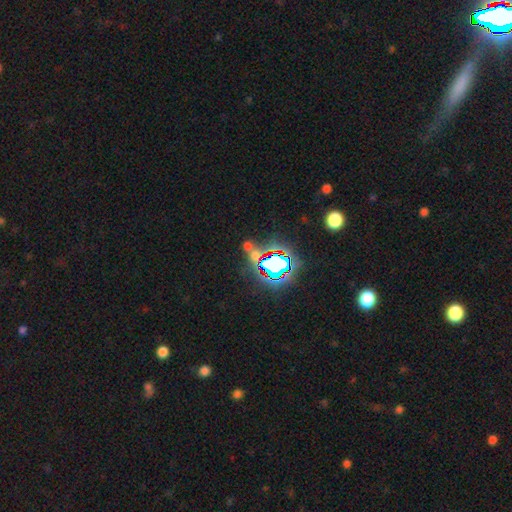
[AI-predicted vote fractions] Smooth or featured? Predicted: star or artifact (p=0.61).